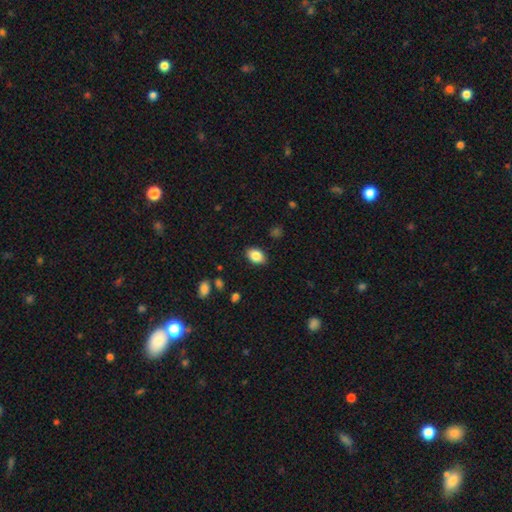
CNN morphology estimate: The model was most divided on "how rounded": in between: 85%, round: 13%, cigar-shaped: 1%. More confident: merging — none (86%); smooth or featured — smooth (86%).